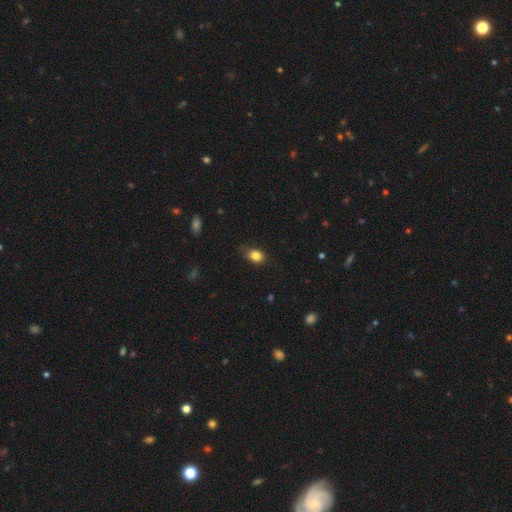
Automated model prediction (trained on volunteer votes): smooth 83%, star or artifact 10%, featured or disk 6%. Down the decision tree: how rounded — in between (68%); merging — none (65%).